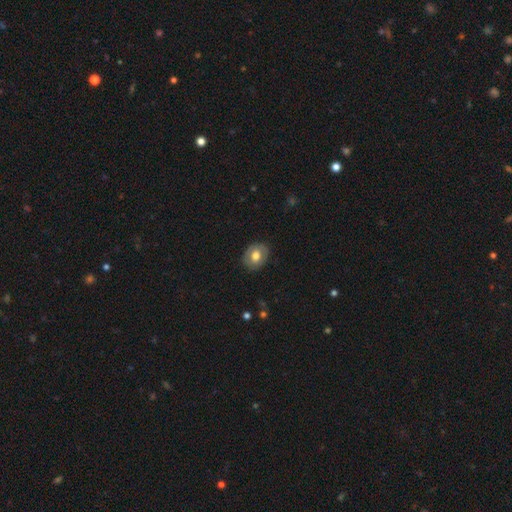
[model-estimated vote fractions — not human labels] Smooth or featured? Predicted: smooth (p=0.60). How rounded? Predicted: in between (p=0.61). Merging? Predicted: none (p=0.82).